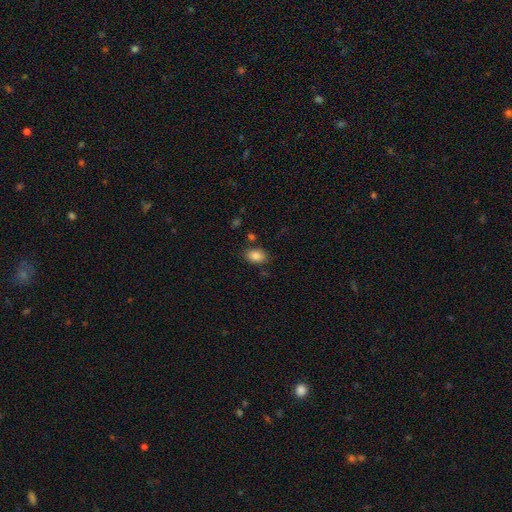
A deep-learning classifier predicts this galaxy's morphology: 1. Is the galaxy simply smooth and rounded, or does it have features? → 86% smooth, 9% star or artifact, 6% featured or disk.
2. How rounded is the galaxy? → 77% in between, 22% round, 1% cigar-shaped.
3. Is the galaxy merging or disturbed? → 79% none, 13% minor disturbance, 4% merger, 4% major disturbance.